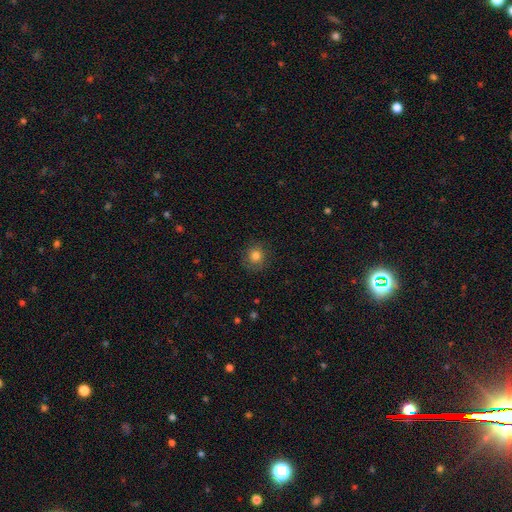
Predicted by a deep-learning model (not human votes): This appears to be a smooth galaxy with no disk features (80%) that is round (90%). Merging: none (83%).